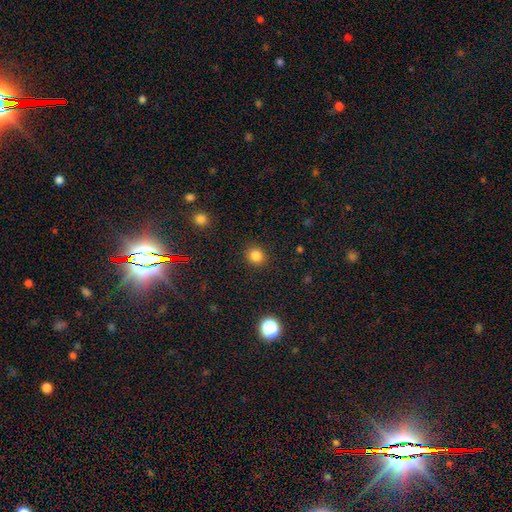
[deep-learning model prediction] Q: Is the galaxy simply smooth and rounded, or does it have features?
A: smooth — 83%.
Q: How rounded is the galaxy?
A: round — 81%.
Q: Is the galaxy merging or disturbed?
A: none — 90%.